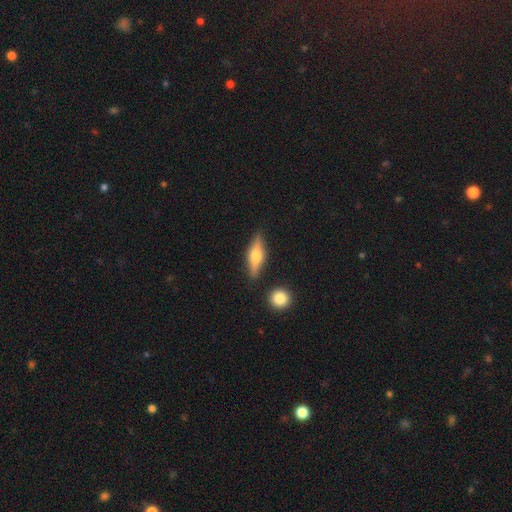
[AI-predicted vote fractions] The model was most divided on "smooth or featured": featured or disk: 58%, smooth: 35%, star or artifact: 7%. More confident: edge-on disk — yes (94%); edge-on bulge — rounded (93%); merging — none (84%).